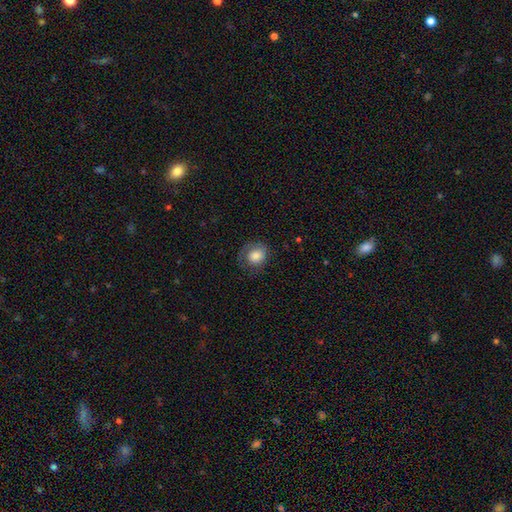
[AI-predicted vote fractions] Smooth or featured: smooth — 73% (featured or disk — 19%)
How rounded: round — 71% (in between — 28%)
Merging: none — 59% (minor disturbance — 23%)